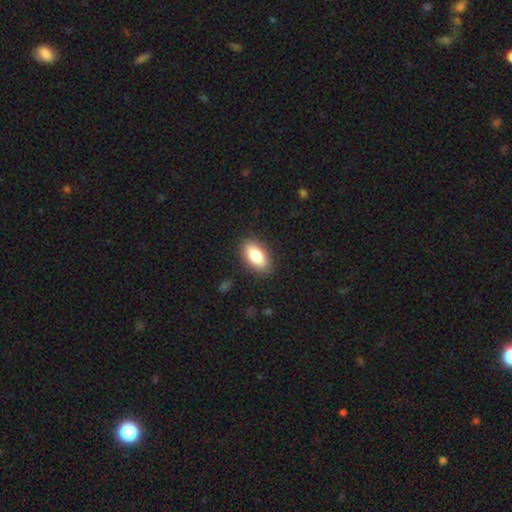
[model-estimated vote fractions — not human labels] Smooth or featured? Predicted: smooth (p=0.82). How rounded? Predicted: in between (p=0.90). Merging? Predicted: none (p=0.88).